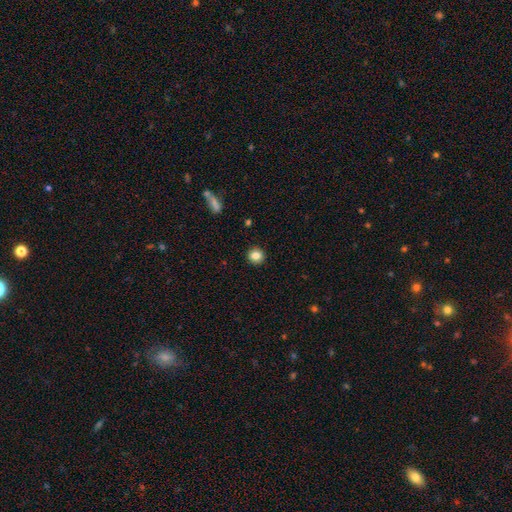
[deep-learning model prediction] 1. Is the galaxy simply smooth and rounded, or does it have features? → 85% smooth, 10% star or artifact, 5% featured or disk.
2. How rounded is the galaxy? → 91% round, 8% in between, 1% cigar-shaped.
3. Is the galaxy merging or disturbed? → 92% none, 5% minor disturbance, 2% major disturbance, 1% merger.